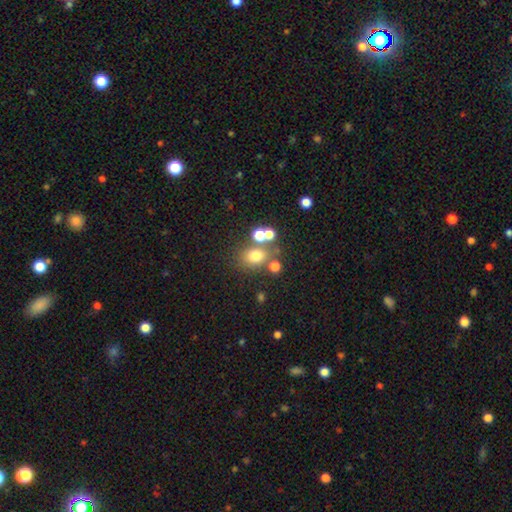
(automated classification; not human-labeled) A smooth galaxy with no disk features (69%) that is round (57%). Merging: none (60%).